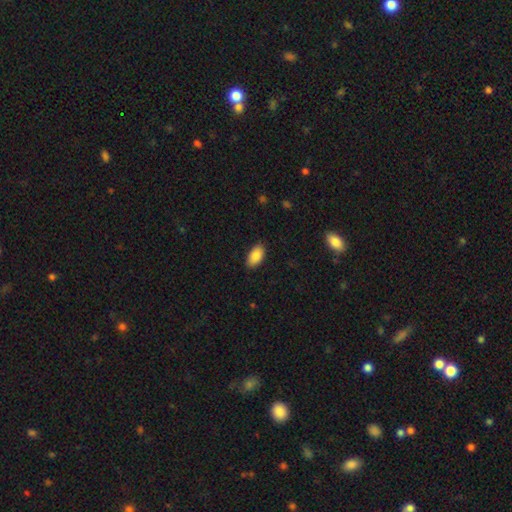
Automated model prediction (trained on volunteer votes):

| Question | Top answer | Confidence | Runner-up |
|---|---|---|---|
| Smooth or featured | smooth | 88% | star or artifact (7%) |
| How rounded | in between | 94% | round (4%) |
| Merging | none | 87% | minor disturbance (10%) |